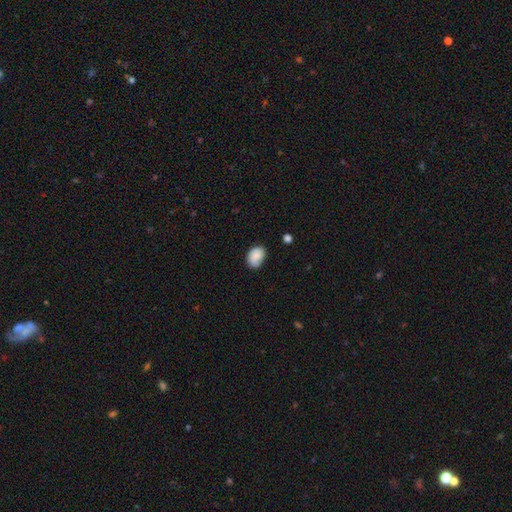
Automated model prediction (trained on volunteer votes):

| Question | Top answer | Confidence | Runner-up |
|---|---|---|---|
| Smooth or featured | smooth | 83% | featured or disk (9%) |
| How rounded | in between | 74% | round (25%) |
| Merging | none | 68% | minor disturbance (25%) |